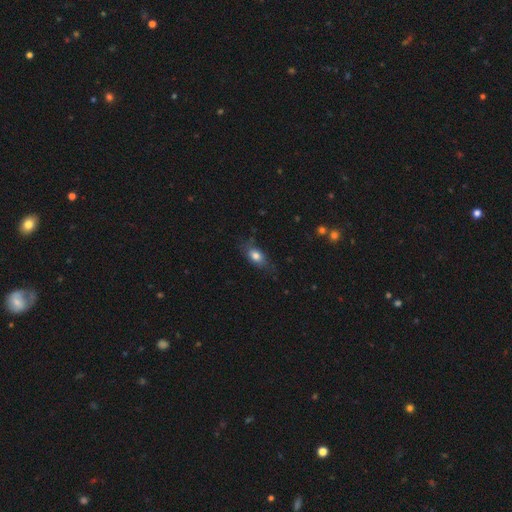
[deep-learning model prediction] Smooth or featured: smooth — 76% (featured or disk — 16%)
How rounded: in between — 82% (round — 10%)
Merging: none — 66% (minor disturbance — 25%)